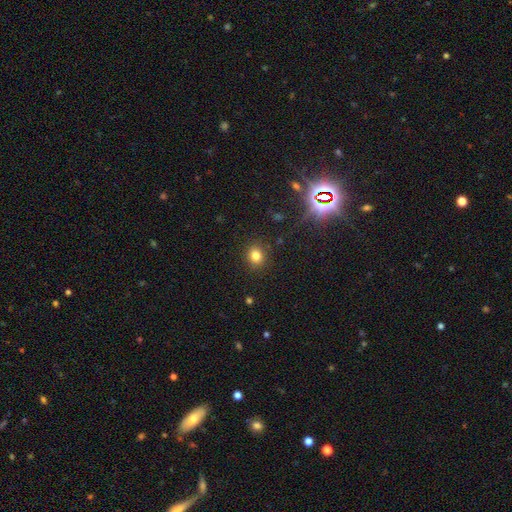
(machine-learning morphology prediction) Q: Smooth or featured?
A: smooth (80%); runner-up: star or artifact (14%)
Q: How rounded?
A: round (74%); runner-up: in between (25%)
Q: Merging?
A: none (89%); runner-up: minor disturbance (7%)